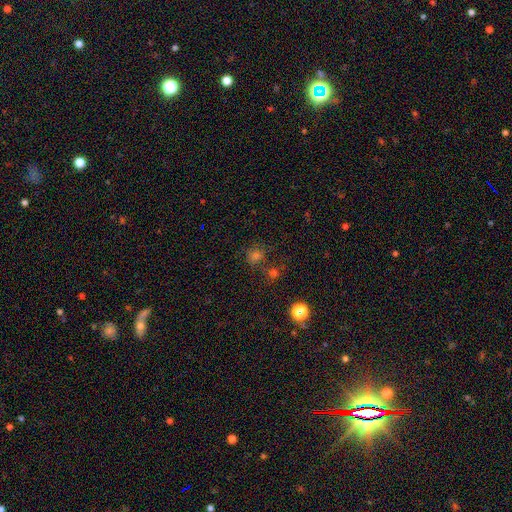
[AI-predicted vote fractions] A smooth galaxy with no disk features (51%) that is round (82%).

Vote fractions:
- Smooth or featured? smooth: 51% / star or artifact: 38% / featured or disk: 11%
- How rounded? round: 82% / in between: 17% / cigar-shaped: 1%
- Merging? none: 65% / merger: 15% / minor disturbance: 13% / major disturbance: 7%